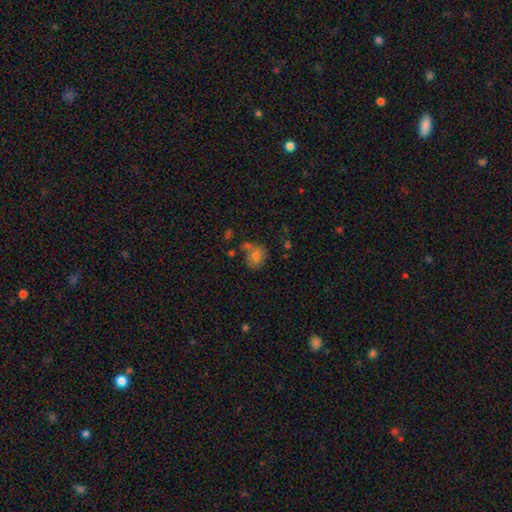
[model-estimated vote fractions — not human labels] A smooth galaxy with no disk features (75%) that is round (60%). Merging: none (53%).